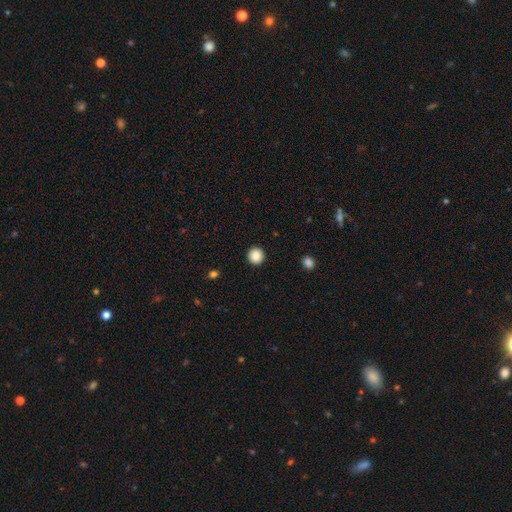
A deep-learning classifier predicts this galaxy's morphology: Smooth or featured?
  - smooth: 86% *
  - star or artifact: 10%
  - featured or disk: 4%
How rounded?
  - round: 95% *
  - in between: 4%
  - cigar-shaped: 1%
Merging?
  - none: 93% *
  - minor disturbance: 4%
  - major disturbance: 2%
  - merger: 1%